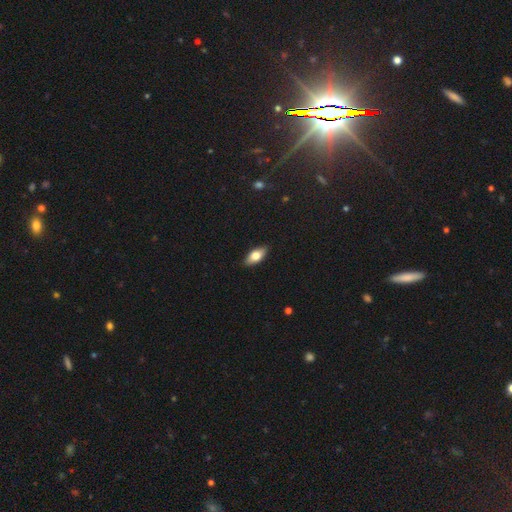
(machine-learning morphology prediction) type=smooth (73%); roundness=in between (86%); merging=none (88%).